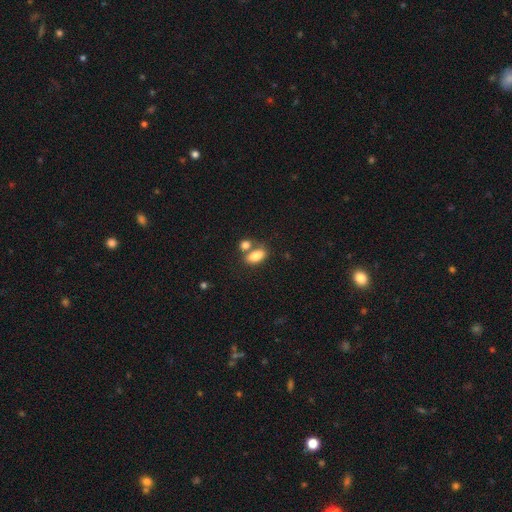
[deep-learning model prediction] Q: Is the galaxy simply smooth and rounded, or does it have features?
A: smooth — 83%.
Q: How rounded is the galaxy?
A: in between — 88%.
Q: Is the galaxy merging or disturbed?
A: none — 49%.